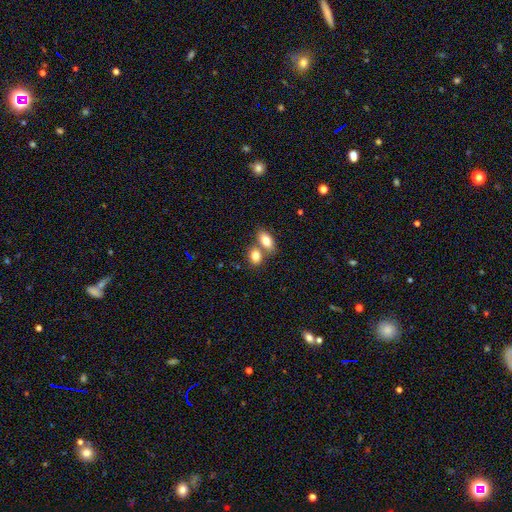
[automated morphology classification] smooth 81%, featured or disk 11%, star or artifact 8%. Down the decision tree: how rounded — in between (74%); merging — merger (50%).